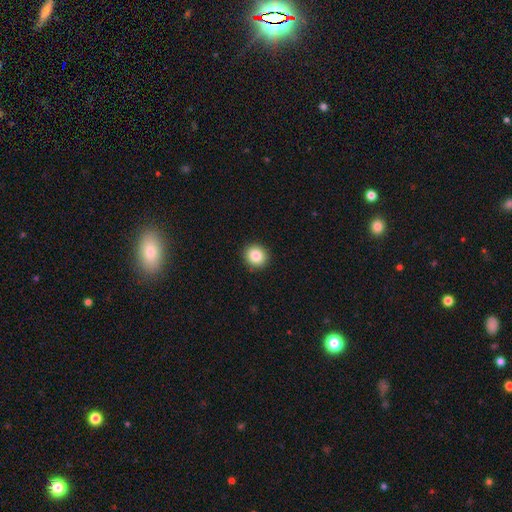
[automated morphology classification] Smooth or featured?
  - smooth: 86% *
  - star or artifact: 9%
  - featured or disk: 5%
How rounded?
  - round: 90% *
  - in between: 9%
  - cigar-shaped: 1%
Merging?
  - none: 92% *
  - minor disturbance: 5%
  - major disturbance: 2%
  - merger: 1%